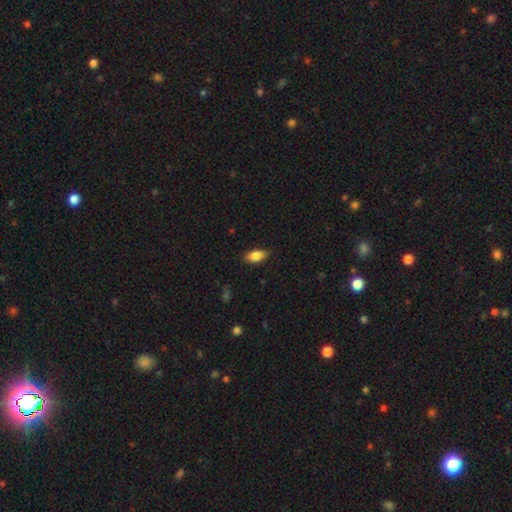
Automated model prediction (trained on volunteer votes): The model was most divided on "merging": none: 82%, minor disturbance: 14%, major disturbance: 3%, merger: 1%. More confident: how rounded — in between (89%); smooth or featured — smooth (85%).